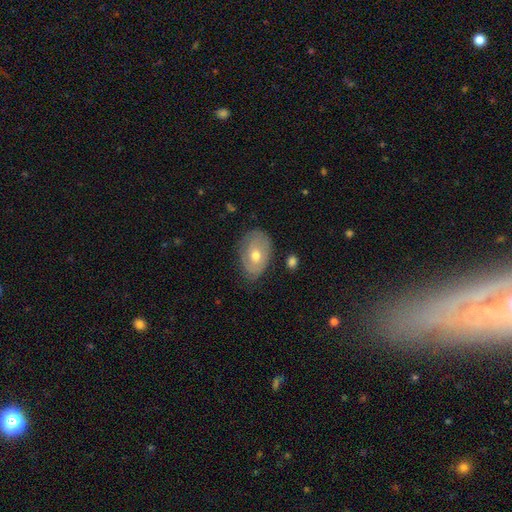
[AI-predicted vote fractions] A smooth galaxy with no disk features (50%). Merging: none (67%).